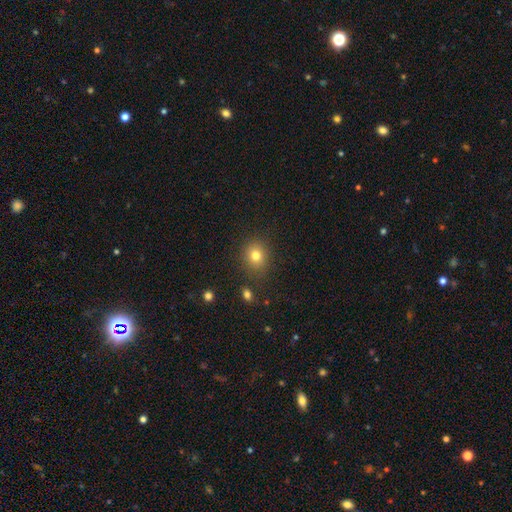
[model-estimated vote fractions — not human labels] Smooth or featured? smooth (78%)
How rounded? round (76%)
Merging? none (85%)